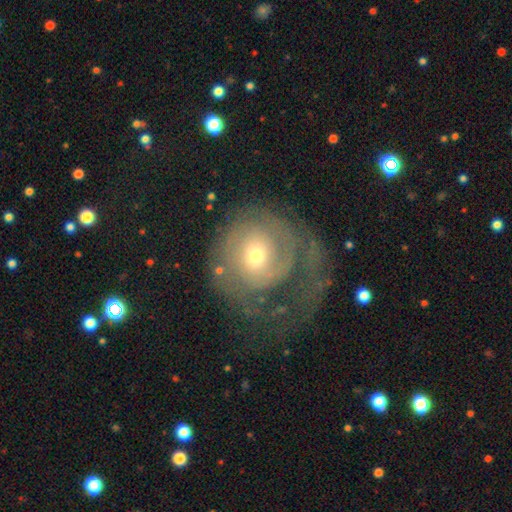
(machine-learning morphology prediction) Smooth or featured?
  - featured or disk: 68% *
  - smooth: 25%
  - star or artifact: 8%
Edge-on disk?
  - no: 97% *
  - yes: 3%
Bar?
  - no: 72% *
  - weak: 23%
  - strong: 5%
Spiral arms?
  - yes: 79% *
  - no: 21%
Spiral winding?
  - tight: 49% *
  - medium: 29%
  - loose: 22%
Spiral arm count?
  - 1: 38% *
  - 2: 29%
  - can't tell: 23%
  - 3: 5%
  - 4: 3%
  - more than 4: 3%
Bulge size?
  - moderate: 47% *
  - small: 44%
  - large: 6%
  - dominant: 2%
  - none: 1%
Merging?
  - major disturbance: 43% *
  - none: 39%
  - minor disturbance: 15%
  - merger: 3%